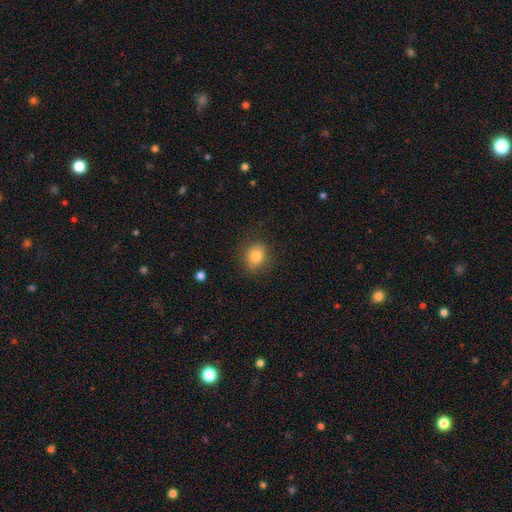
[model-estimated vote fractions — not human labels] Smooth or featured? smooth (81%)
How rounded? round (55%)
Merging? none (80%)